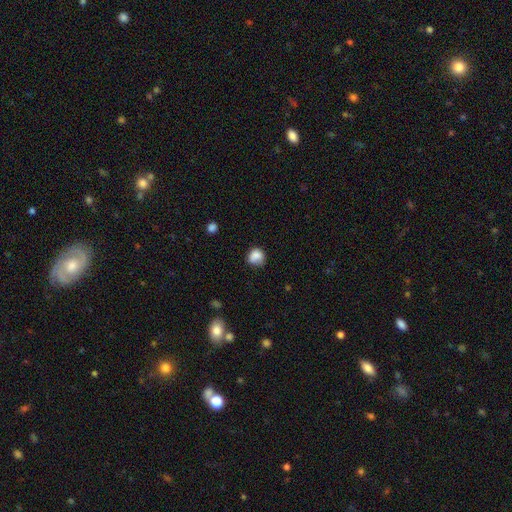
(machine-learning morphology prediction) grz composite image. It shows a smooth galaxy with no disk features (82%) that is round (73%). Merging: none (56%).